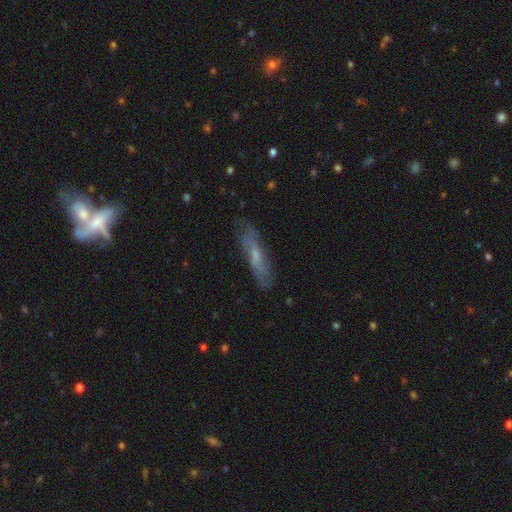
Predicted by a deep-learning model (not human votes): Overall: featured or disk (49%; smooth 43%). Merging: none (77%).